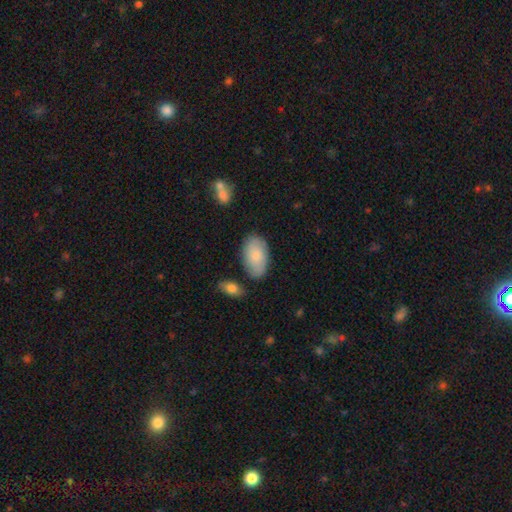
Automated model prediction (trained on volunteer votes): Morphology: type=smooth (76%); roundness=in between (94%); merging=none (77%).